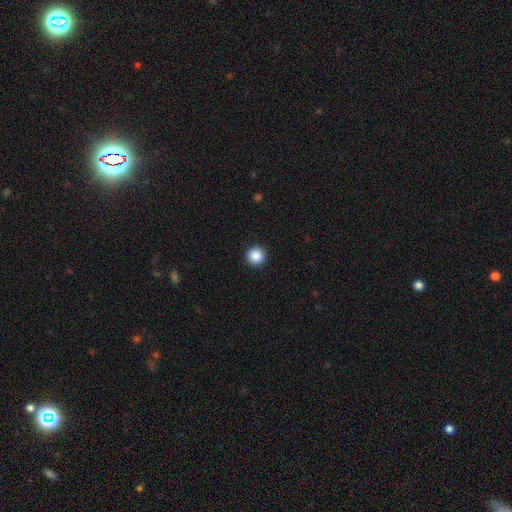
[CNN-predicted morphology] Overall: smooth (89%). How rounded: round (95%). Merging: none (93%).